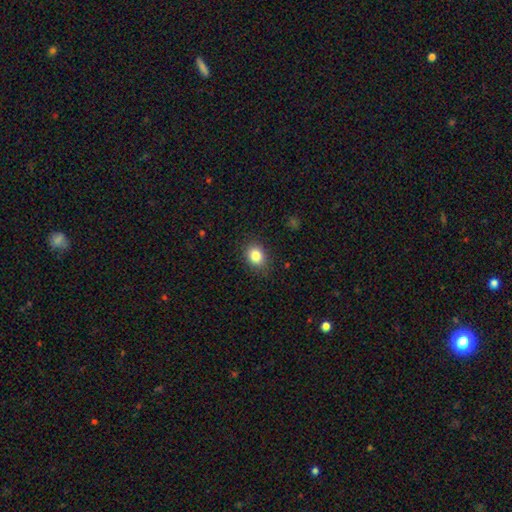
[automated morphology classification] A smooth galaxy with no disk features (85%) that is in between round and cigar-shaped (50%). Merging: none (85%).